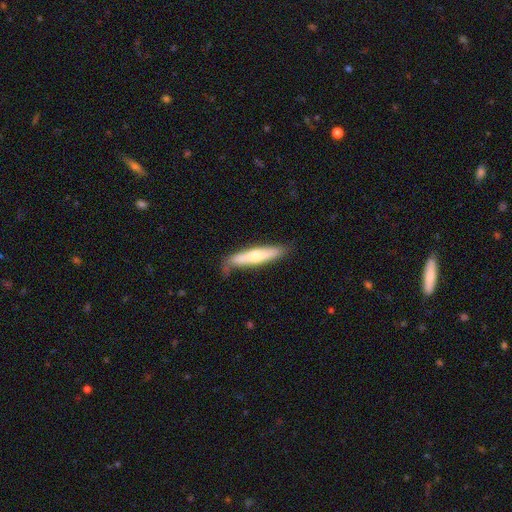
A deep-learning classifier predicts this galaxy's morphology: type=smooth (56%); roundness=cigar-shaped (85%); merging=none (70%).